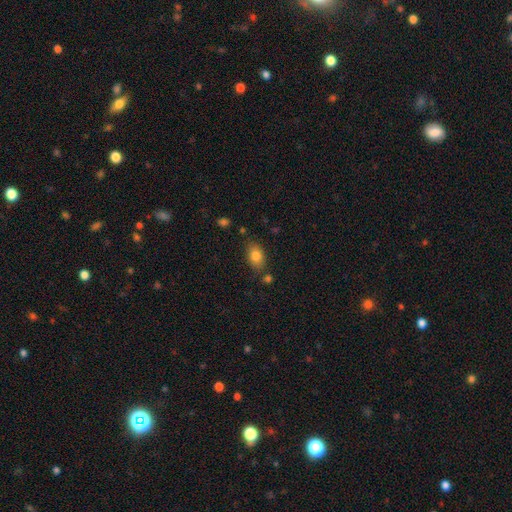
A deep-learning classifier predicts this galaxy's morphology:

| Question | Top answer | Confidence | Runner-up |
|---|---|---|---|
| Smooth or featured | smooth | 82% | featured or disk (9%) |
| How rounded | in between | 86% | round (12%) |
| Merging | none | 77% | minor disturbance (14%) |